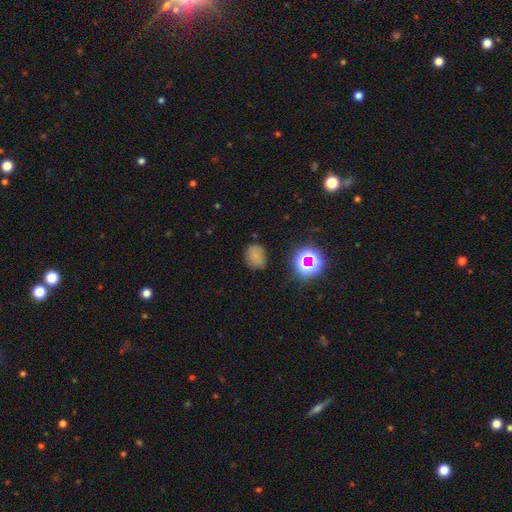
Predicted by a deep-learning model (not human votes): smooth 70%, star or artifact 22%, featured or disk 8%. Down the decision tree: how rounded — round (61%); merging — none (73%).